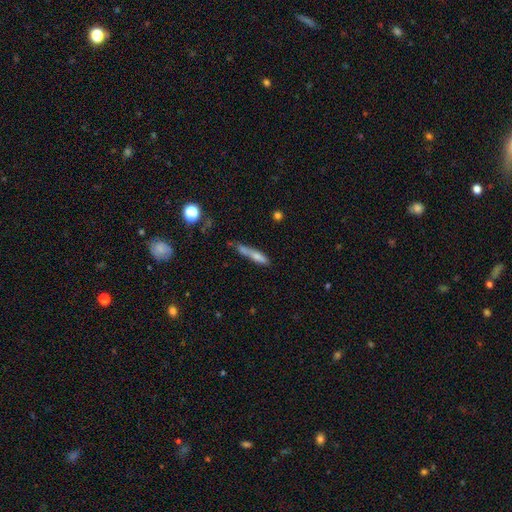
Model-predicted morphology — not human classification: This is likely a smooth galaxy (65%). How rounded: clearly cigar-shaped (87%). Merging: possibly none (46%).